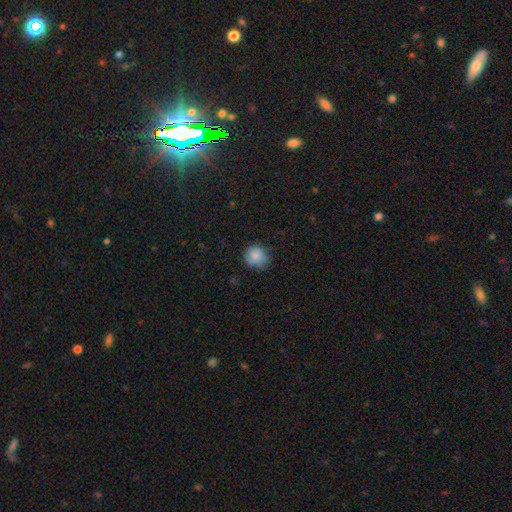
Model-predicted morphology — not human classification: This is clearly a smooth galaxy (81%). How rounded: clearly round (81%). Merging: likely none (68%).